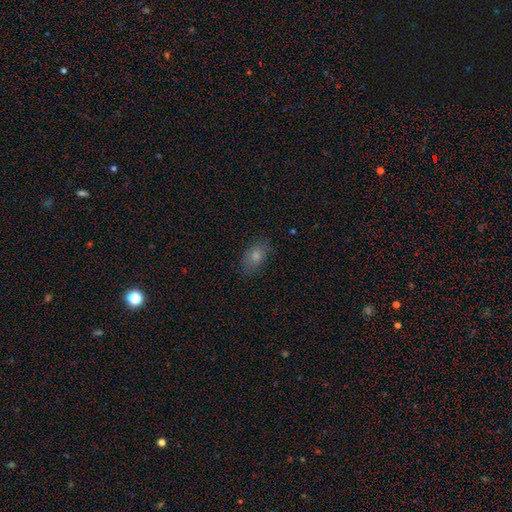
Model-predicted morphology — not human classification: Smooth or featured: smooth — 67% (star or artifact — 18%)
How rounded: in between — 82% (round — 16%)
Merging: none — 82% (minor disturbance — 14%)